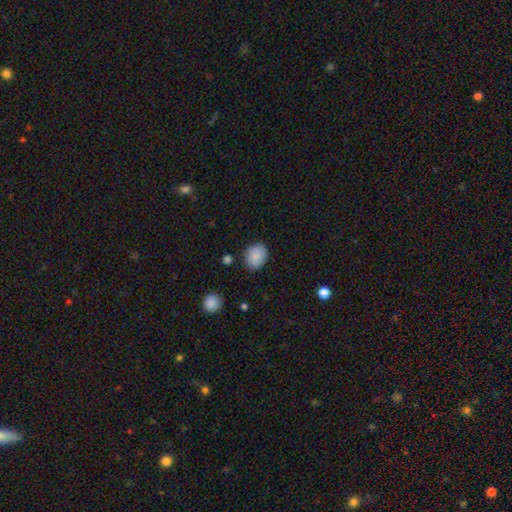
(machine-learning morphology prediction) Smooth or featured? Predicted: smooth (p=0.87). How rounded? Predicted: round (p=0.55). Merging? Predicted: none (p=0.85).